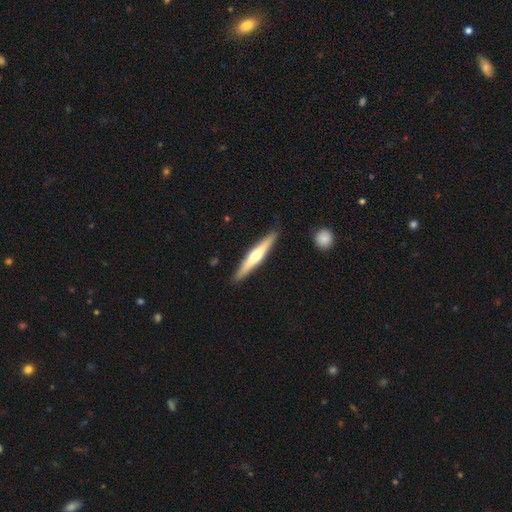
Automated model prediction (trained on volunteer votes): A featured or disk galaxy (60%) viewed edge-on (96%) with a rounded central bulge (87%).

Vote fractions:
- Smooth or featured? featured or disk: 60% / smooth: 35% / star or artifact: 5%
- Edge-on disk? yes: 96% / no: 4%
- Edge-on bulge? rounded: 87% / none: 9% / boxy: 4%
- Merging? none: 90% / minor disturbance: 7% / major disturbance: 1% / merger: 1%